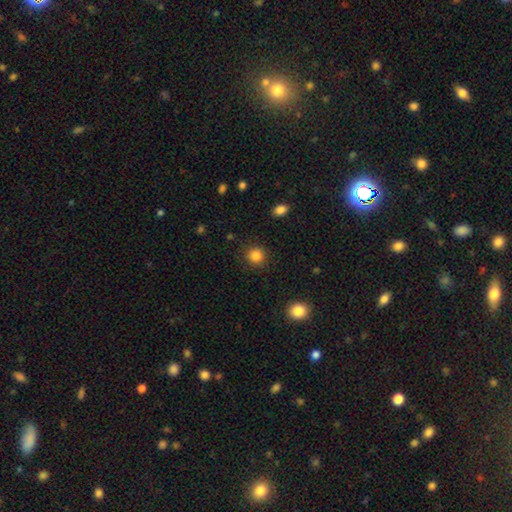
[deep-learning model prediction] Q: Smooth or featured?
A: smooth (86%); runner-up: star or artifact (11%)
Q: How rounded?
A: round (91%); runner-up: in between (8%)
Q: Merging?
A: none (89%); runner-up: minor disturbance (7%)